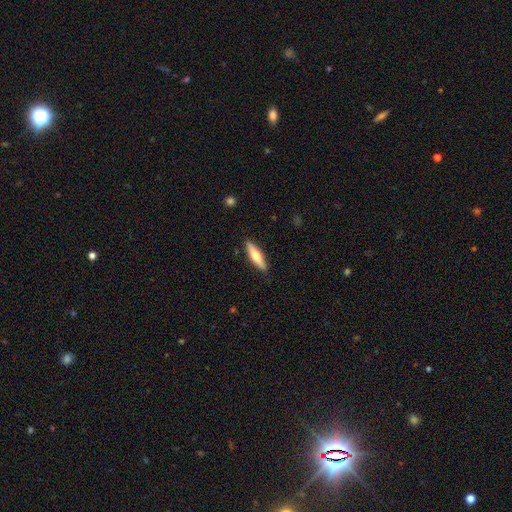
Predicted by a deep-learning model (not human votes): Smooth or featured?
  - smooth: 52% *
  - featured or disk: 43%
  - star or artifact: 5%
How rounded?
  - cigar-shaped: 71% *
  - in between: 27%
  - round: 2%
Merging?
  - none: 89% *
  - minor disturbance: 8%
  - major disturbance: 2%
  - merger: 1%